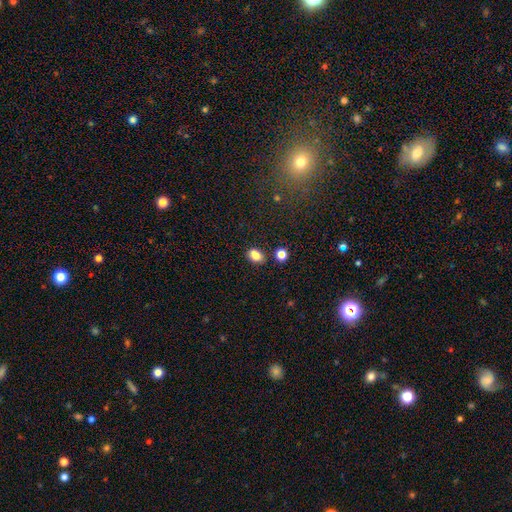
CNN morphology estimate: smooth_or_featured: smooth (p=0.83) [alt: star or artifact p=0.10]
how_rounded: in between (p=0.77) [alt: round p=0.21]
merging: none (p=0.76) [alt: minor disturbance p=0.12]